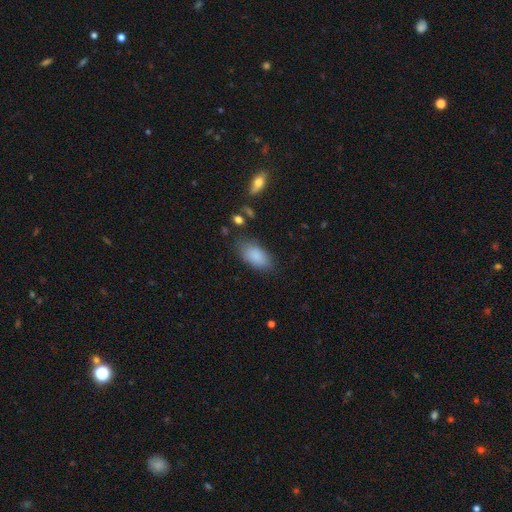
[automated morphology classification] Smooth or featured? smooth (87%)
How rounded? in between (93%)
Merging? none (78%)